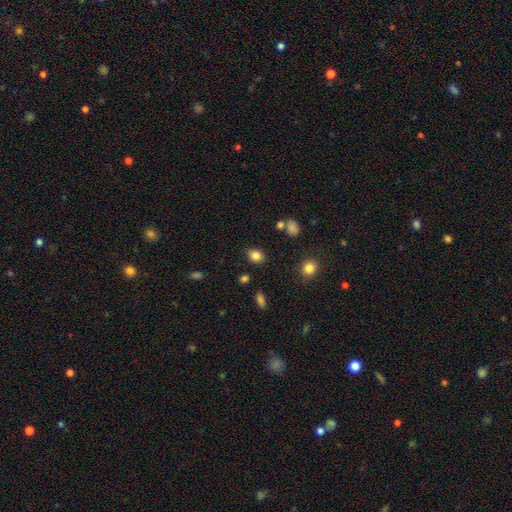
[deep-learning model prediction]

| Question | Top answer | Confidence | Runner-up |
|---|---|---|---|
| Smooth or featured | smooth | 83% | star or artifact (10%) |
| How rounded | in between | 55% | round (44%) |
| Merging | none | 84% | minor disturbance (10%) |